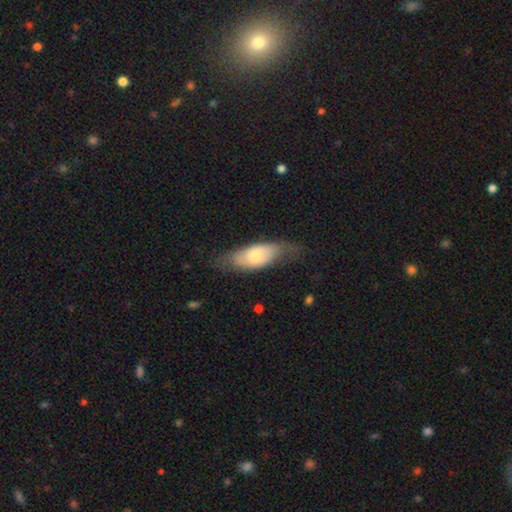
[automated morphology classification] smooth_or_featured: smooth (p=0.56) [alt: featured or disk p=0.37]
how_rounded: in between (p=0.76) [alt: cigar-shaped p=0.21]
merging: none (p=0.60) [alt: minor disturbance p=0.26]